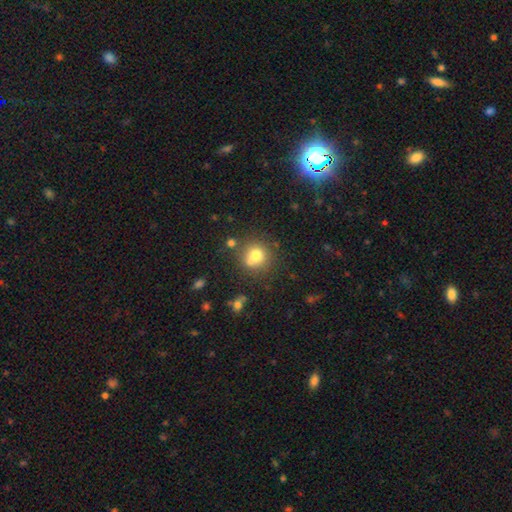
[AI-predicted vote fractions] Overall: smooth (73%). How rounded: round (89%). Merging: none (64%).